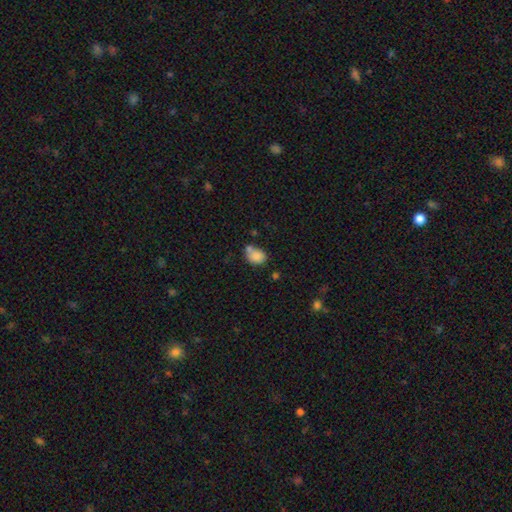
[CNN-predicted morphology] Overall: smooth (82%). How rounded: in between (59%; round 40%). Merging: none (42%; merger 32%).